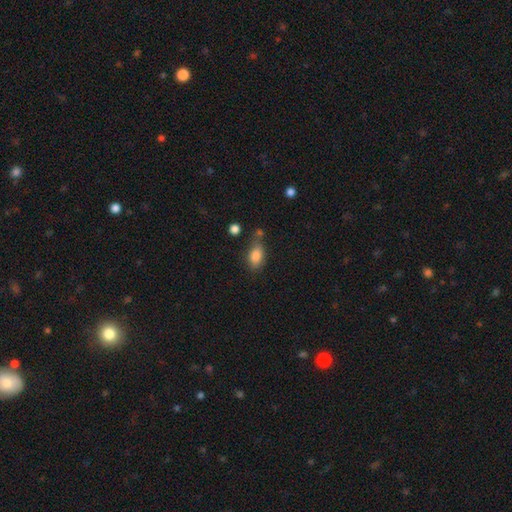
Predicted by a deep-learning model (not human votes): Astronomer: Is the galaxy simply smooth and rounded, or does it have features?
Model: smooth — 84%.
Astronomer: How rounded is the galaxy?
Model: in between — 85%.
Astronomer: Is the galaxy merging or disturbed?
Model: none — 58%.